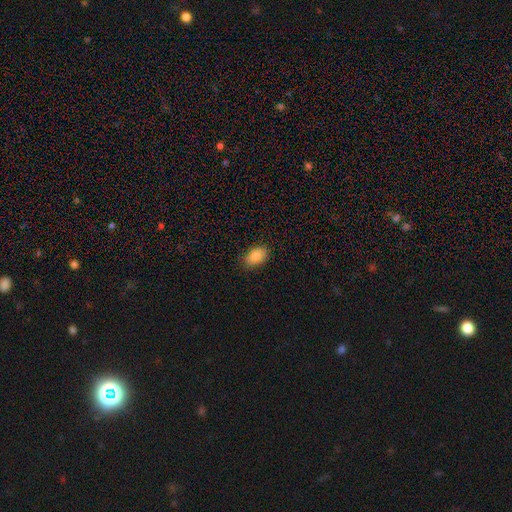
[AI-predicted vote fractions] Morphology: type=smooth (85%); roundness=in between (87%); merging=none (84%).